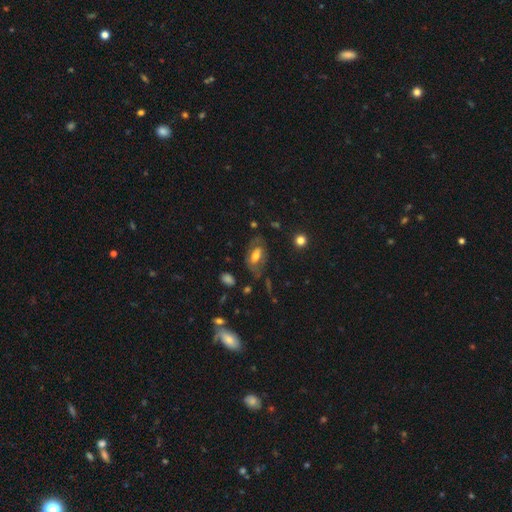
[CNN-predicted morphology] This appears to be a featured or disk galaxy (46%). Merging: none (57%).